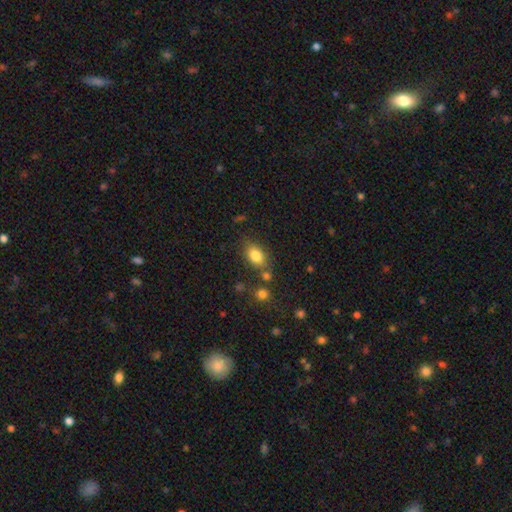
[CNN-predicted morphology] type=smooth (82%); roundness=in between (85%); merging=none (72%).